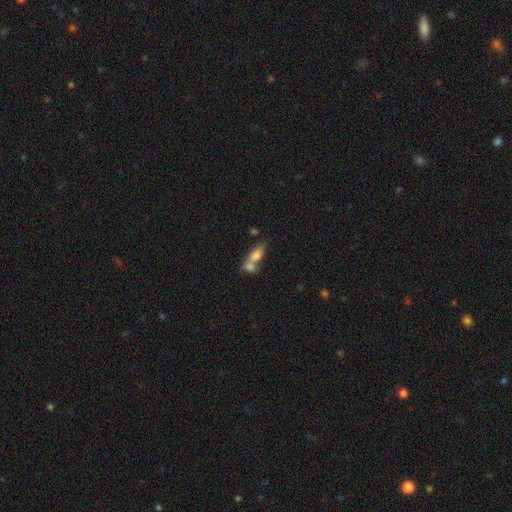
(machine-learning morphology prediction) Overall: smooth (73%). How rounded: in between (72%). Merging: merger (61%; none 26%).